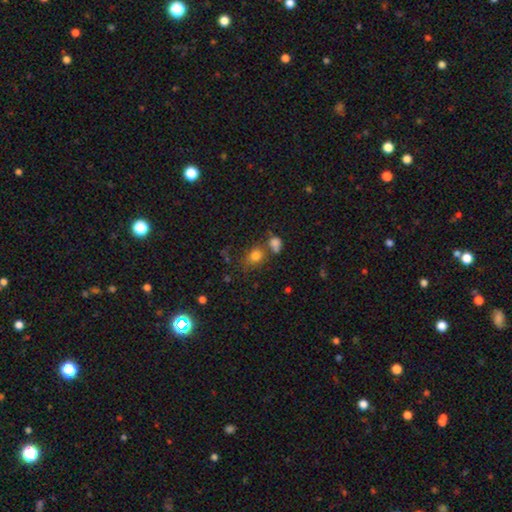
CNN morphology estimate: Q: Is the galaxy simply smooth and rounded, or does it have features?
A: smooth — 76%.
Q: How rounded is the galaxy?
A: round — 59%.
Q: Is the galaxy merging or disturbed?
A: none — 58%.